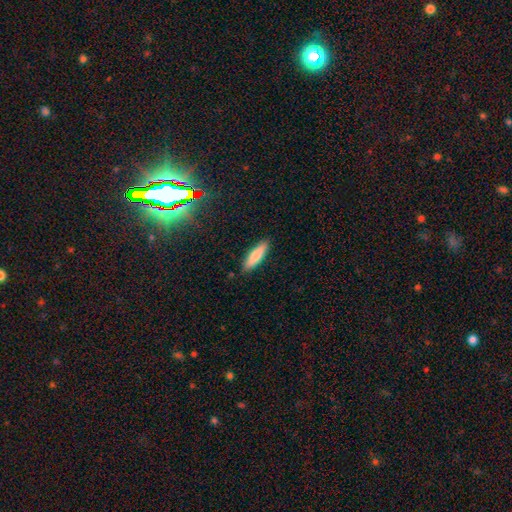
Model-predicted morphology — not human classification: This appears to be a smooth galaxy with no disk features (82%) that is cigar-shaped (67%). Merging: none (88%).